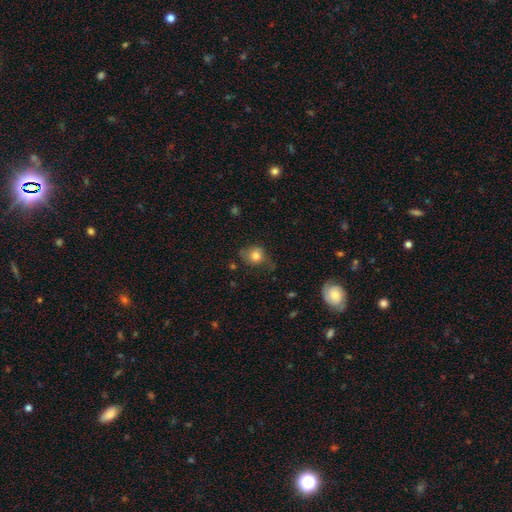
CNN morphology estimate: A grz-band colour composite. It shows a smooth galaxy with no disk features (76%) that is round (72%). Merging: none (55%).